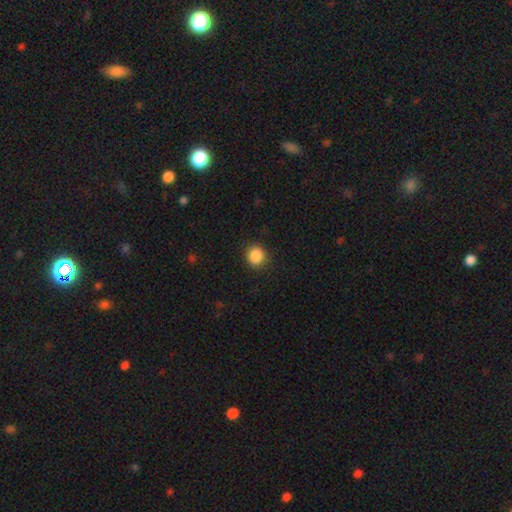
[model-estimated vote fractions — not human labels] Smooth or featured? Predicted: smooth (p=0.88). How rounded? Predicted: round (p=0.84). Merging? Predicted: none (p=0.88).